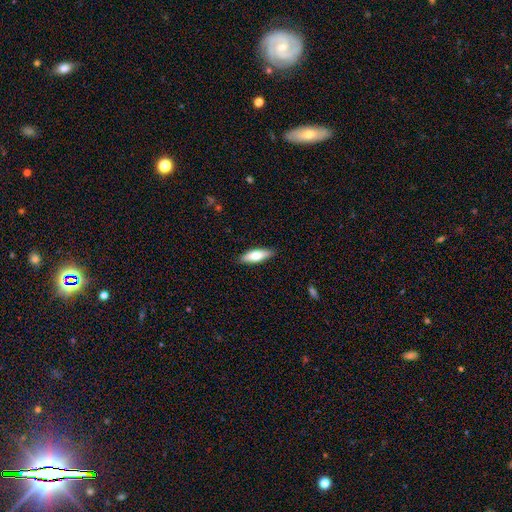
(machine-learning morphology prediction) Overall: smooth (69%). How rounded: in between (60%; cigar-shaped 38%). Merging: none (88%).